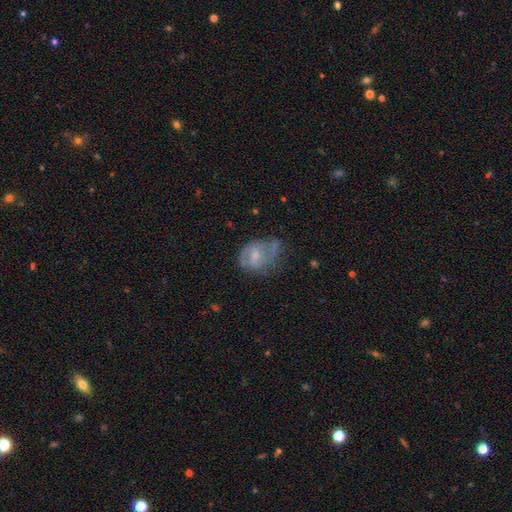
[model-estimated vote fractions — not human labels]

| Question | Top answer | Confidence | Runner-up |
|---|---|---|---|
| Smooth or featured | featured or disk | 63% | smooth (30%) |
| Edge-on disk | no | 97% | yes (3%) |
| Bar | weak | 56% | no (31%) |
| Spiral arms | yes | 78% | no (22%) |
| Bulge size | small | 41% | moderate (40%) |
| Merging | none | 45% | minor disturbance (30%) |